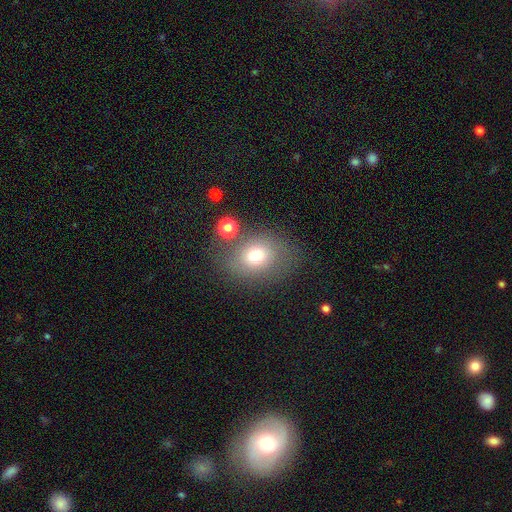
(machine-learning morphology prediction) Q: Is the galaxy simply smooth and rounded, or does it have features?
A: smooth — 73%.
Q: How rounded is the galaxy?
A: in between — 59%.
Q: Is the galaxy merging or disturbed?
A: none — 67%.